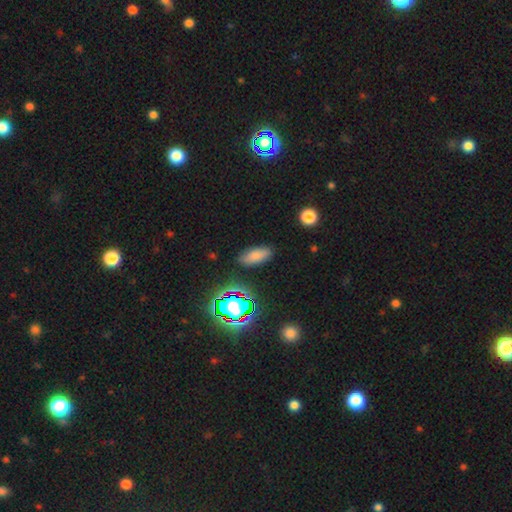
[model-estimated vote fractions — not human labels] smooth 77%, star or artifact 15%, featured or disk 8%. Down the decision tree: how rounded — in between (84%); merging — none (85%).